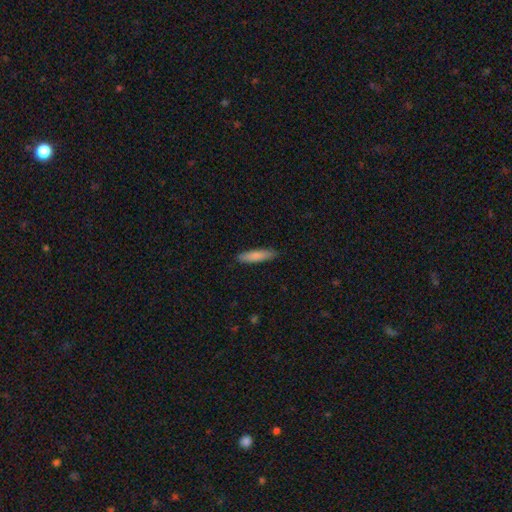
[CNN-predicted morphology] A smooth galaxy with no disk features (81%) that is cigar-shaped (76%). Merging: none (88%).